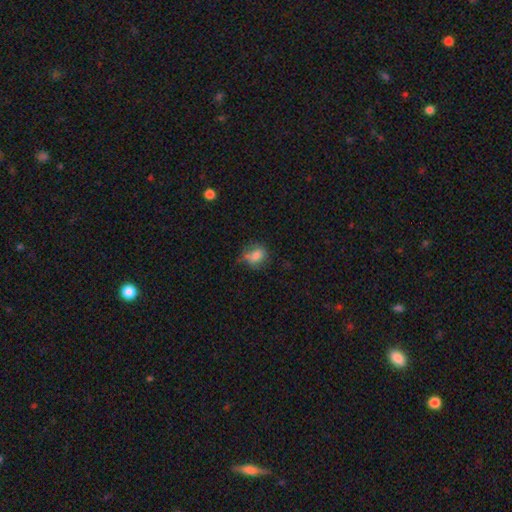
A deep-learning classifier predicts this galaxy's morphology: This appears to be a smooth galaxy with no disk features (76%) that is round (57%). Merging: none (58%).